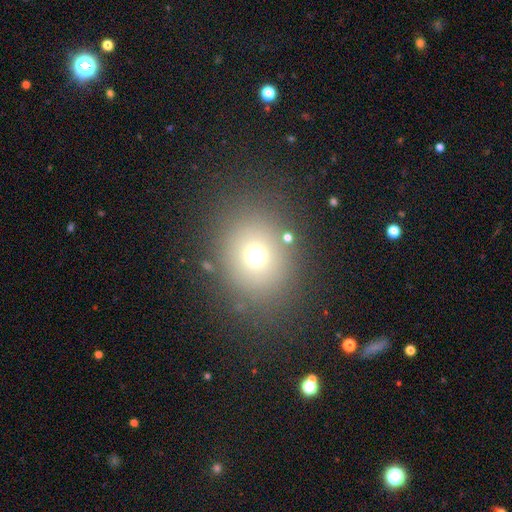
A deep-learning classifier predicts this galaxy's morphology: smooth 69%, star or artifact 20%, featured or disk 11%. Down the decision tree: how rounded — round (64%); merging — none (82%).